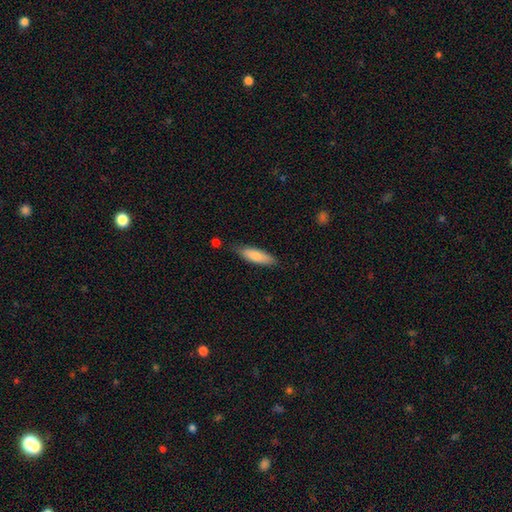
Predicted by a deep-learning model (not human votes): smooth 82%, featured or disk 12%, star or artifact 6%. Down the decision tree: how rounded — cigar-shaped (51%); merging — none (78%).